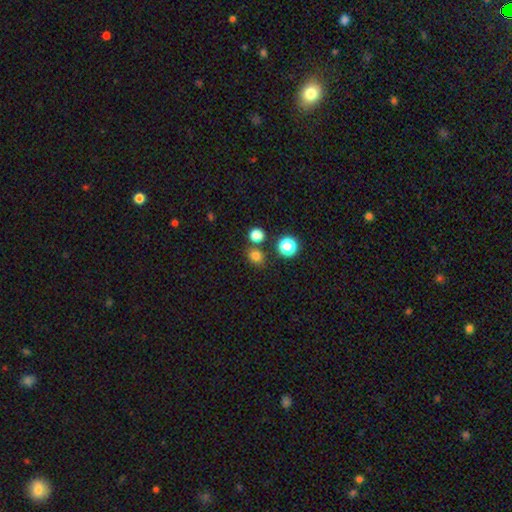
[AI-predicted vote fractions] smooth-or-featured: smooth: 77% | star or artifact: 18% | featured or disk: 6%
  how-rounded: round: 69% | in between: 30% | cigar-shaped: 1%
  merging: none: 75% | merger: 13% | minor disturbance: 9% | major disturbance: 3%